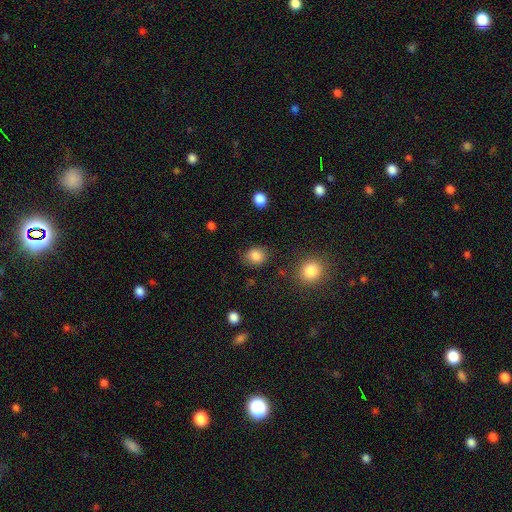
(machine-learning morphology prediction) smooth_or_featured: smooth (p=0.85) [alt: star or artifact p=0.10]
how_rounded: round (p=0.64) [alt: in between p=0.35]
merging: none (p=0.80) [alt: minor disturbance p=0.13]